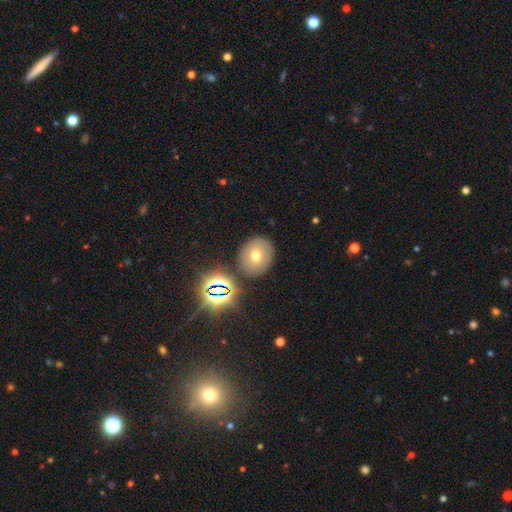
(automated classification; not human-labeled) Q: Smooth or featured?
A: smooth (60%); runner-up: featured or disk (22%)
Q: How rounded?
A: round (74%); runner-up: in between (25%)
Q: Merging?
A: none (80%); runner-up: minor disturbance (10%)